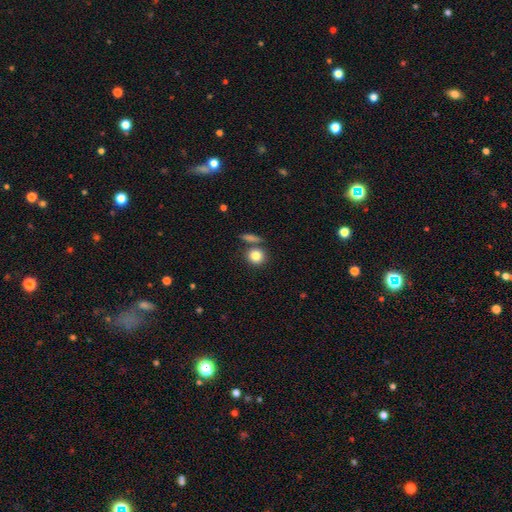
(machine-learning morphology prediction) Smooth or featured? Predicted: smooth (p=0.82). How rounded? Predicted: round (p=0.84). Merging? Predicted: none (p=0.71).